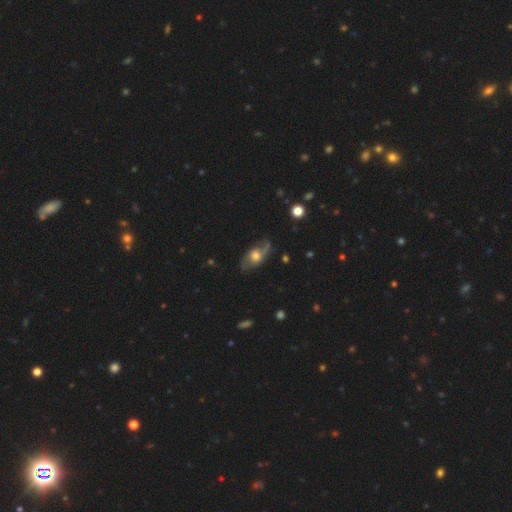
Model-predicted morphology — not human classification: A featured or disk galaxy (70%) with no bar (68%), 2 (85%) loose (56%) spiral arms (85%) and a moderate central bulge (57%). Merging: none (68%).